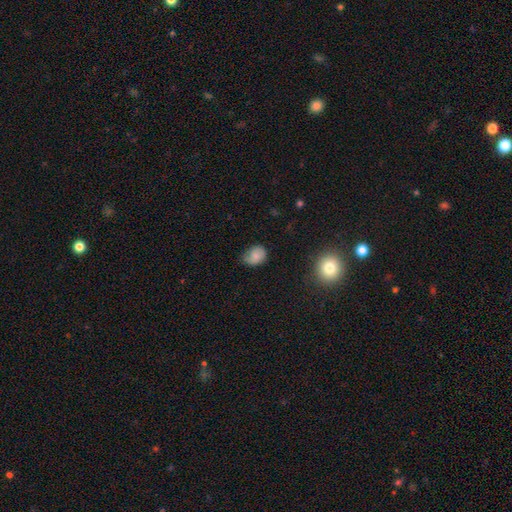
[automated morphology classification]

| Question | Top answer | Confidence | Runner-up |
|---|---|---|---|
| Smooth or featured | smooth | 77% | featured or disk (13%) |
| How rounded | in between | 53% | round (46%) |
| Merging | none | 56% | minor disturbance (33%) |